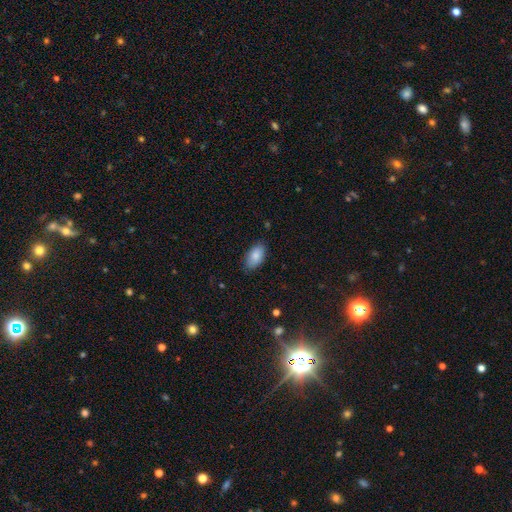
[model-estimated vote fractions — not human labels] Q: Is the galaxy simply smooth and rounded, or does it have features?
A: smooth — 85%.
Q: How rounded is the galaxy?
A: in between — 93%.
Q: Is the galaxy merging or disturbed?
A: none — 83%.